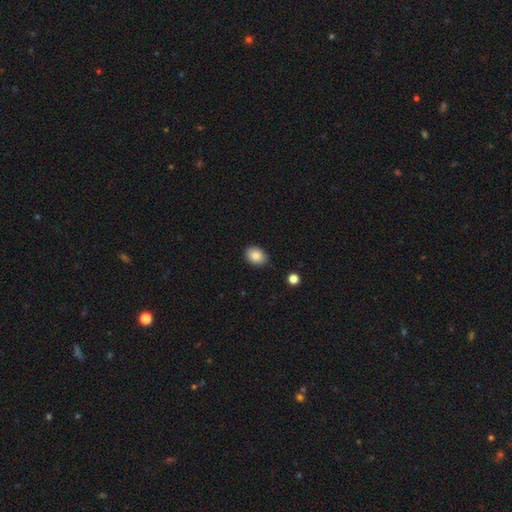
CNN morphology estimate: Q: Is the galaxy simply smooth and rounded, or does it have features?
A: smooth — 85%.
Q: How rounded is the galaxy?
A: in between — 69%.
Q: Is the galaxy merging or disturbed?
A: none — 86%.